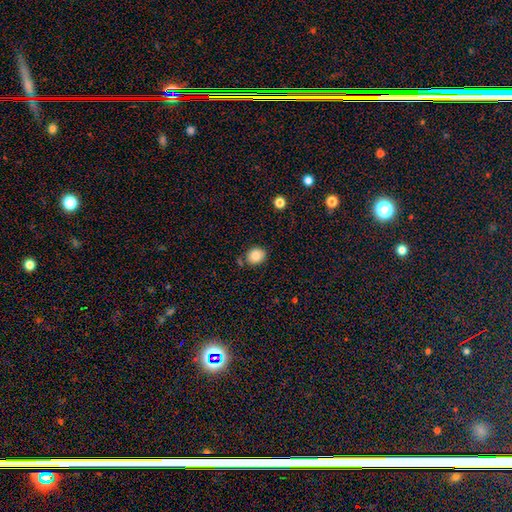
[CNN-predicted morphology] Smooth or featured?
  - smooth: 84% *
  - star or artifact: 9%
  - featured or disk: 7%
How rounded?
  - round: 57% *
  - in between: 42%
  - cigar-shaped: 1%
Merging?
  - none: 78% *
  - minor disturbance: 14%
  - merger: 5%
  - major disturbance: 3%